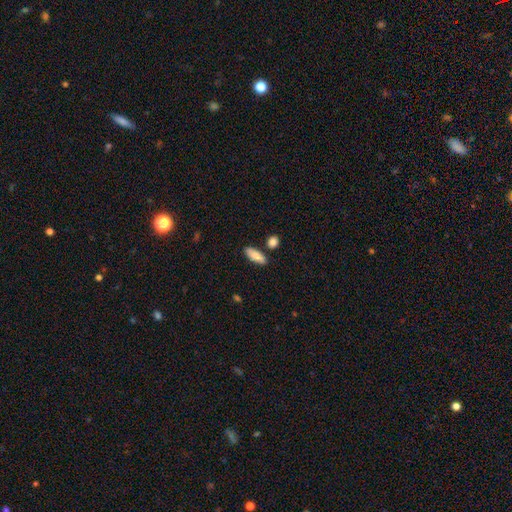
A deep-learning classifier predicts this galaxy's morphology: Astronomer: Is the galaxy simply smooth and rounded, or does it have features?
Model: smooth — 83%.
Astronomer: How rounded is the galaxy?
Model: in between — 71%.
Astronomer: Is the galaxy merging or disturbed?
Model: none — 81%.